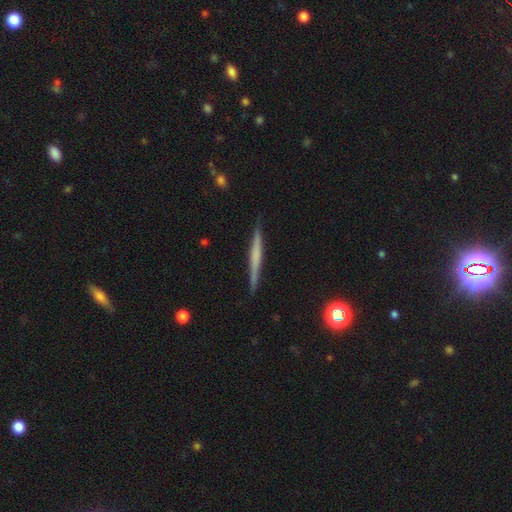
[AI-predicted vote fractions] Smooth or featured? featured or disk (58%)
Edge-on disk? yes (97%)
Edge-on bulge? none (63%)
Merging? none (90%)